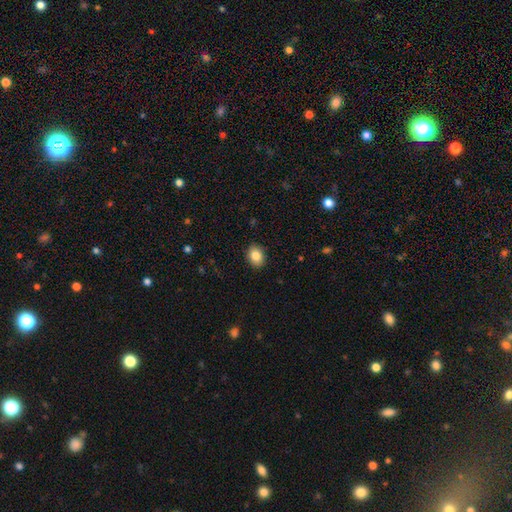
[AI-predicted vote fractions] Smooth or featured? Predicted: smooth (p=0.85). How rounded? Predicted: in between (p=0.60). Merging? Predicted: none (p=0.89).